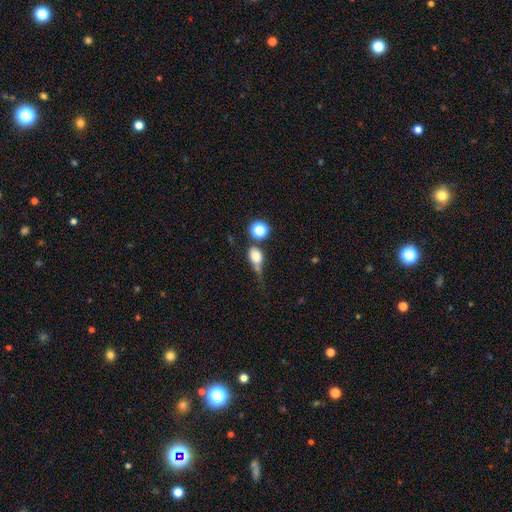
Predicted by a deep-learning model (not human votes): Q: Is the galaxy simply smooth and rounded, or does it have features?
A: smooth — 73%.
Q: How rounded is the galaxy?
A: in between — 52%.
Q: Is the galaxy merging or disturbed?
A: none — 34%.